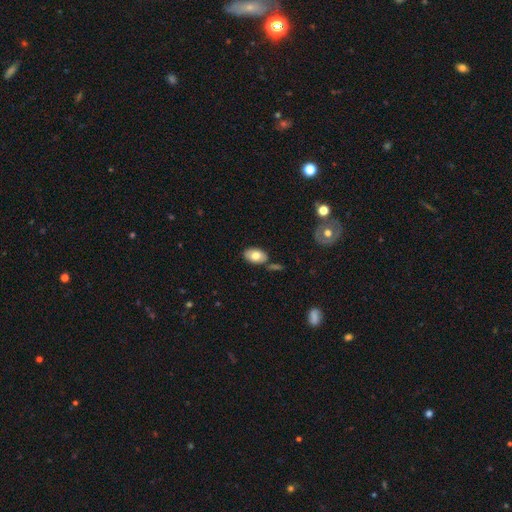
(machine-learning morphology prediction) Smooth or featured? Predicted: smooth (p=0.73). How rounded? Predicted: in between (p=0.91). Merging? Predicted: none (p=0.76).